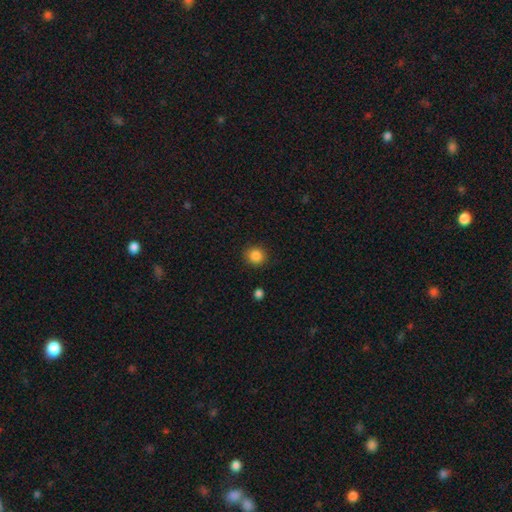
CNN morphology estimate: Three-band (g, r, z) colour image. It shows a smooth galaxy with no disk features (86%) that is round (89%). Merging: none (89%).